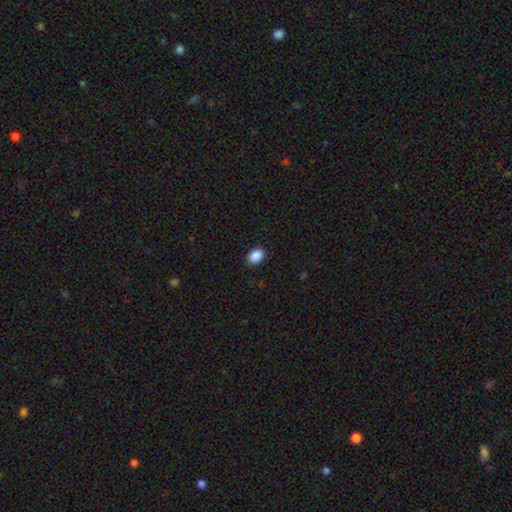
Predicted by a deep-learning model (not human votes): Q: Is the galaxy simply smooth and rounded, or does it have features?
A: smooth — 89%.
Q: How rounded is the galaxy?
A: in between — 68%.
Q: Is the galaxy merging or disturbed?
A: none — 90%.